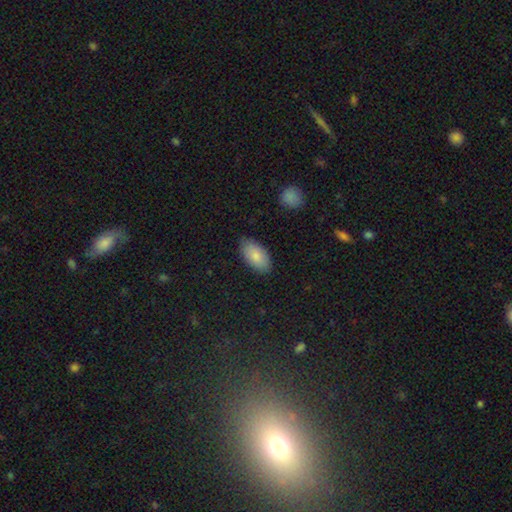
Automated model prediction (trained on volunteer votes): smooth_or_featured: smooth (p=0.85) [alt: featured or disk p=0.09]
how_rounded: in between (p=0.94) [alt: cigar-shaped p=0.03]
merging: none (p=0.84) [alt: minor disturbance p=0.13]